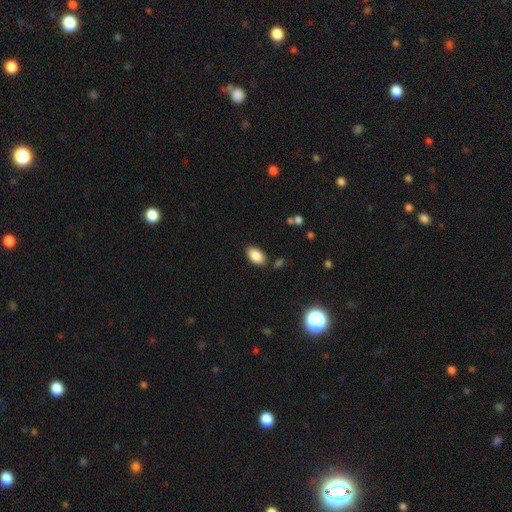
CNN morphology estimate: A smooth galaxy with no disk features (87%) that is in between round and cigar-shaped (93%). Merging: none (83%).